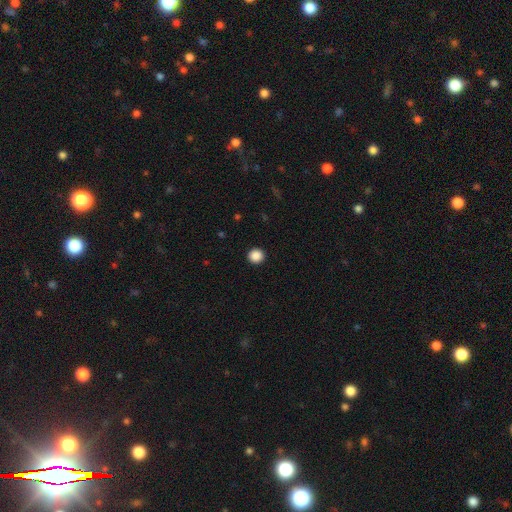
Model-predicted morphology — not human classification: Smooth or featured: smooth — 88% (star or artifact — 9%)
How rounded: round — 93% (in between — 6%)
Merging: none — 93% (minor disturbance — 4%)